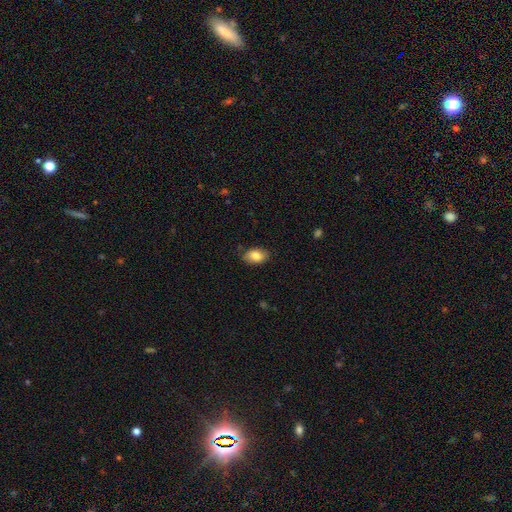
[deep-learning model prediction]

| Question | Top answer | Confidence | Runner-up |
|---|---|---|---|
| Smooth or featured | smooth | 85% | featured or disk (8%) |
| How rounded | in between | 88% | round (11%) |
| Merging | none | 83% | minor disturbance (14%) |